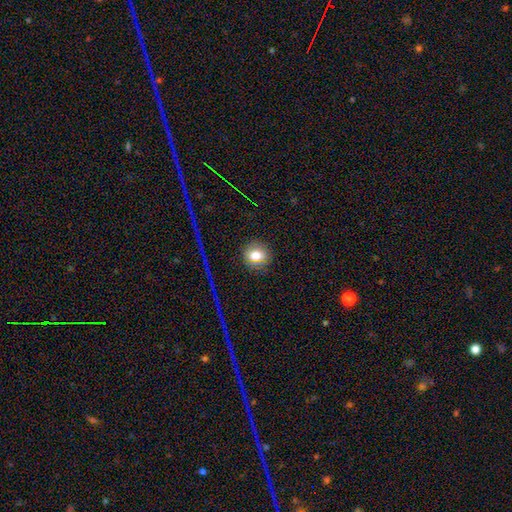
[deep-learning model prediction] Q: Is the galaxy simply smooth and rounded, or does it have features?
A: smooth — 75%.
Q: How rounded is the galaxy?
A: round — 85%.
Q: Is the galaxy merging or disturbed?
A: none — 88%.